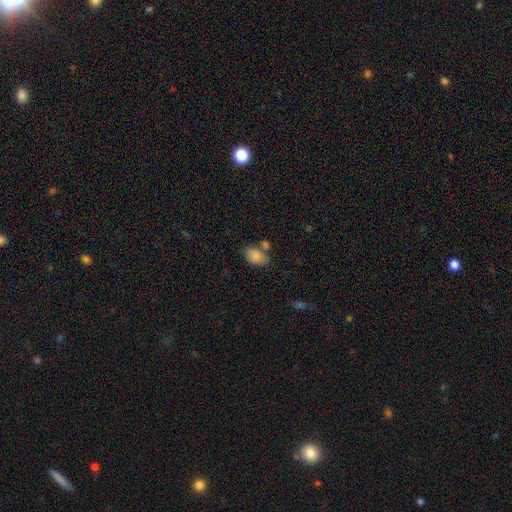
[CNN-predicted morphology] A smooth galaxy with no disk features (86%) that is in between round and cigar-shaped (87%).

Vote fractions:
- Smooth or featured? smooth: 86% / star or artifact: 8% / featured or disk: 6%
- How rounded? in between: 87% / round: 12% / cigar-shaped: 1%
- Merging? none: 57% / merger: 21% / minor disturbance: 17% / major disturbance: 5%